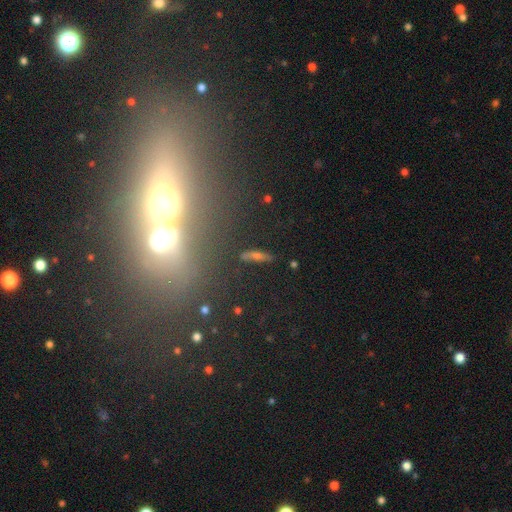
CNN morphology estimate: Smooth or featured: smooth — 40% (featured or disk — 33%)
Merging: none — 66% (merger — 17%)